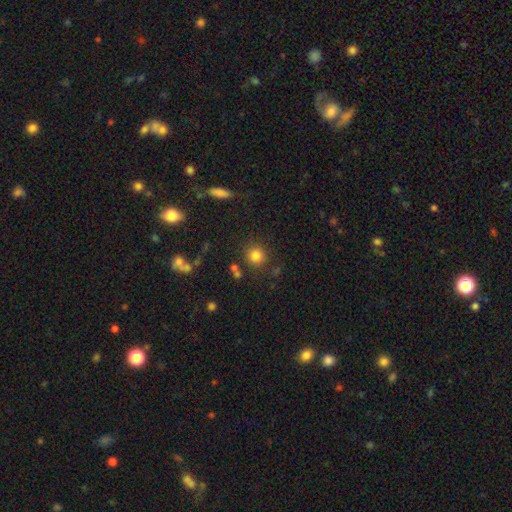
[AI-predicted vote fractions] Q: Smooth or featured?
A: smooth (81%); runner-up: star or artifact (12%)
Q: How rounded?
A: round (90%); runner-up: in between (9%)
Q: Merging?
A: none (81%); runner-up: minor disturbance (9%)